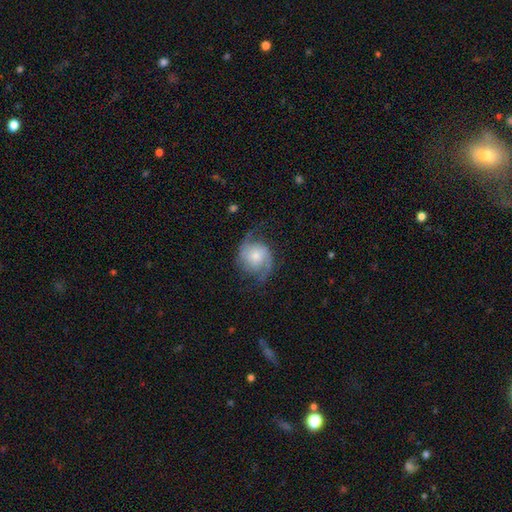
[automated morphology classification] smooth-or-featured: featured or disk: 79% | smooth: 15% | star or artifact: 7%
  disk-edge-on: no: 98% | yes: 2%
    bar: no: 69% | weak: 25% | strong: 6%
    has-spiral-arms: yes: 95% | no: 5%
      spiral-winding: medium: 45% | loose: 40% | tight: 16%
      spiral-arm-count: 2: 91% | can't tell: 3% | 1: 2% | 3: 2% | 4: 1% | more than 4: 1%
    bulge-size: small: 44% | moderate: 38% | large: 10% | none: 6% | dominant: 3%
  merging: none: 68% | minor disturbance: 19% | major disturbance: 12% | merger: 1%